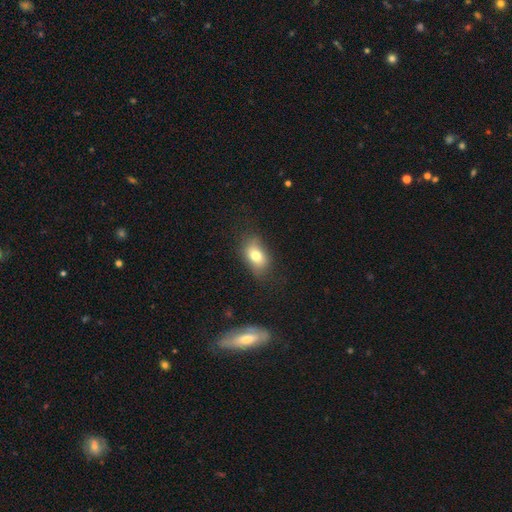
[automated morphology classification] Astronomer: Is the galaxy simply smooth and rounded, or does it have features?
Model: smooth — 75%.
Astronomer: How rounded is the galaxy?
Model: in between — 84%.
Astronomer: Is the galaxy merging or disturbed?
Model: none — 70%.